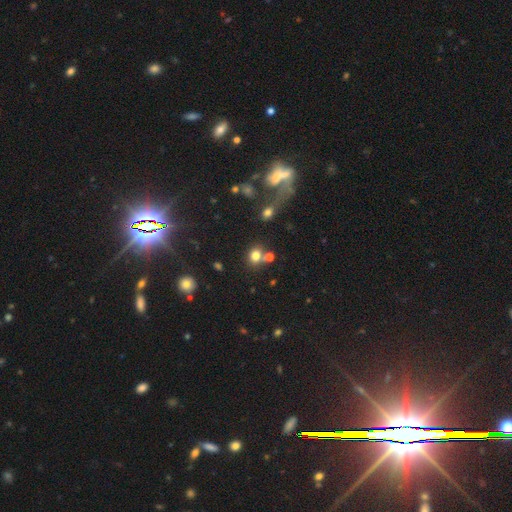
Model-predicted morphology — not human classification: Smooth or featured: smooth — 76% (star or artifact — 15%)
How rounded: round — 62% (in between — 37%)
Merging: none — 54% (merger — 28%)